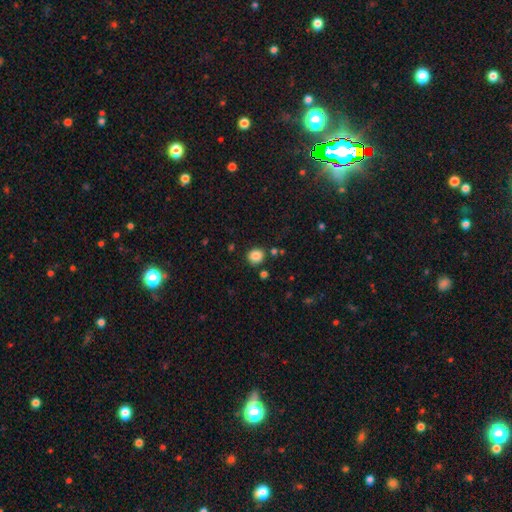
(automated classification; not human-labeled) Smooth or featured? Predicted: smooth (p=0.86). How rounded? Predicted: round (p=0.85). Merging? Predicted: none (p=0.85).